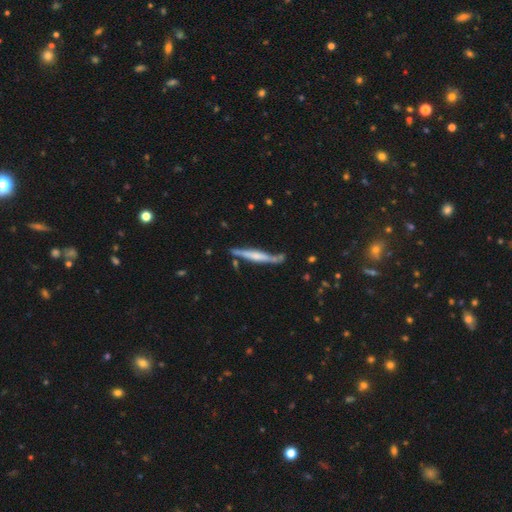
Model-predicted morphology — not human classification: Overall: featured or disk (61%; smooth 34%). Edge-on disk: yes (94%). Edge-on bulge: rounded (44%; none 30%). Merging: none (72%).